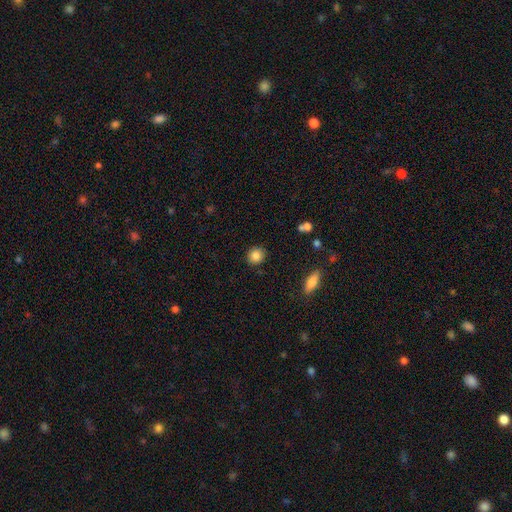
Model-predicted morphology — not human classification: smooth 85%, star or artifact 9%, featured or disk 5%. Down the decision tree: how rounded — round (83%); merging — none (88%).